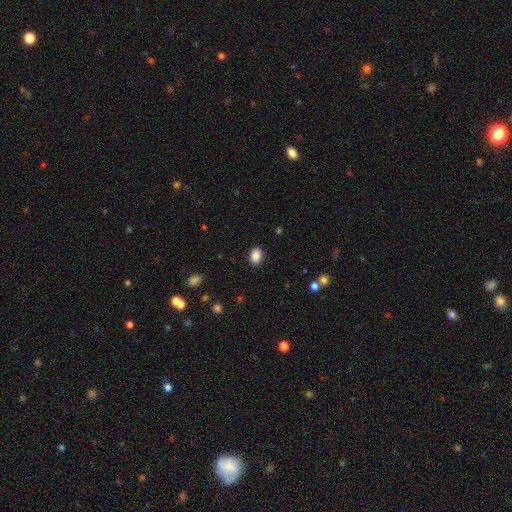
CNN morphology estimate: Smooth or featured: smooth — 88% (star or artifact — 8%)
How rounded: in between — 82% (round — 17%)
Merging: none — 89% (minor disturbance — 8%)